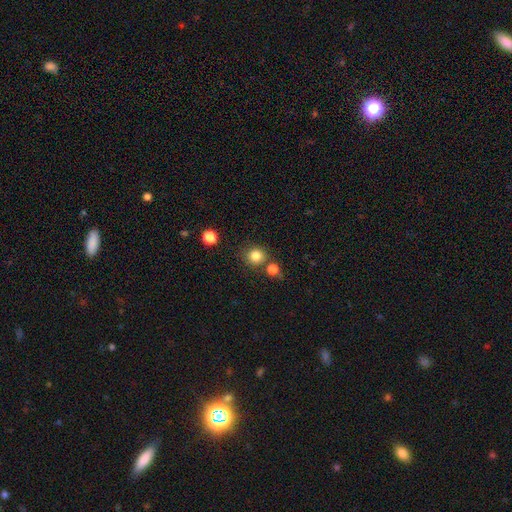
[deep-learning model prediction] A smooth galaxy with no disk features (82%) that is round (91%). Merging: none (77%).